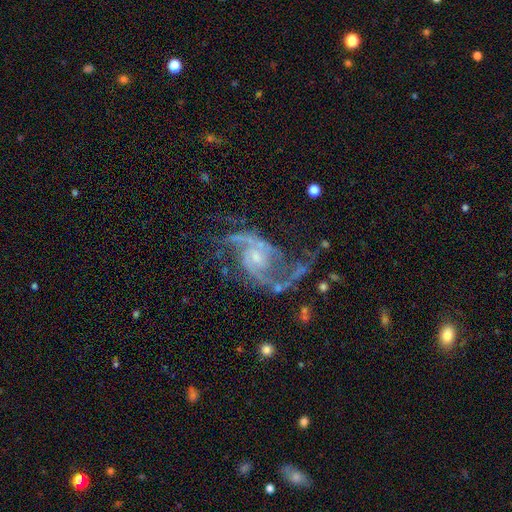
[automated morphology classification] This is clearly a featured or disk galaxy (91%). It is clearly not viewed edge-on (98%). Bar: possibly no (55%). Spiral arm pattern: clearly yes (98%). Spiral arm count: clearly 2 (86%). Spiral winding: possibly medium (48%). Central bulge: likely small (62%). Merging: likely none (61%).